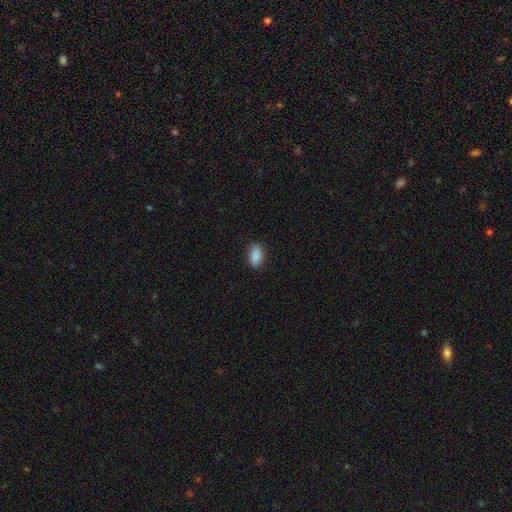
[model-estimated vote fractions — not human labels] smooth 90%, star or artifact 7%, featured or disk 3%. Down the decision tree: how rounded — in between (91%); merging — none (87%).